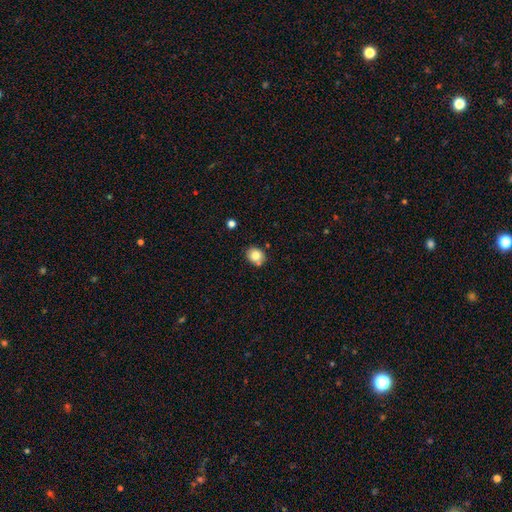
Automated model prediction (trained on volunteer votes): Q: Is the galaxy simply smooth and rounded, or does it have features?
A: smooth — 81%.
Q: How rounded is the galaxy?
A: round — 65%.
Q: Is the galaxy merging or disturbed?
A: none — 76%.